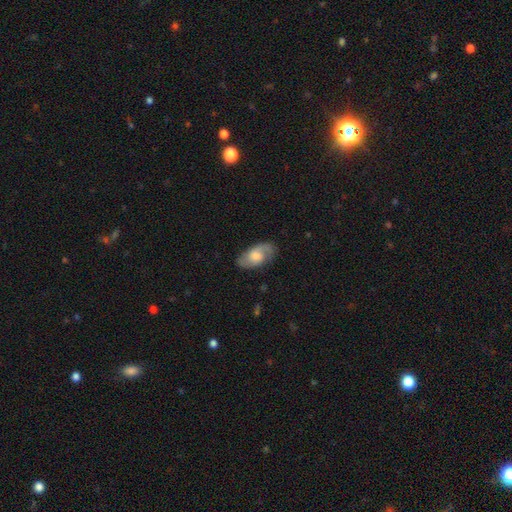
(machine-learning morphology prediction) Overall: featured or disk (59%; smooth 34%). Edge-on disk: no (93%). Bar: no (62%; weak 33%). Spiral arms: yes (87%). Bulge size: moderate (51%; small 25%). Merging: none (78%).